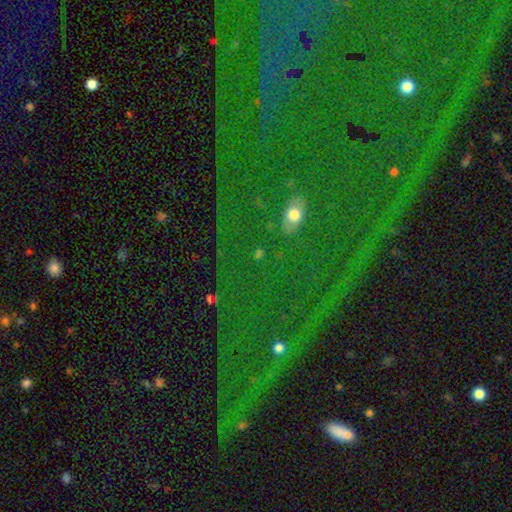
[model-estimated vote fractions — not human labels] This appears to be a star or artifact, not a galaxy (66%).